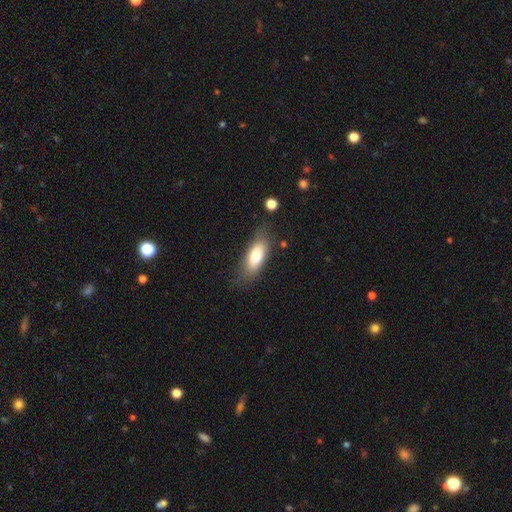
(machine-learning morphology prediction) Overall: smooth (78%). How rounded: in between (73%). Merging: none (73%).